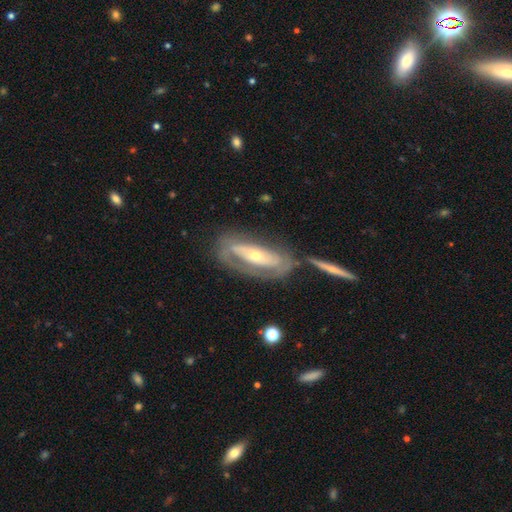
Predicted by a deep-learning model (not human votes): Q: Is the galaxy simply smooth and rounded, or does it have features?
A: featured or disk — 74%.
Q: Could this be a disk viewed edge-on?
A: no — 83%.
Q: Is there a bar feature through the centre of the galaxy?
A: no — 60%.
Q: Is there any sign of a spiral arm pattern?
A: yes — 64%.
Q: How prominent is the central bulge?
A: small — 54%.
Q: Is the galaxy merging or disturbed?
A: none — 54%.